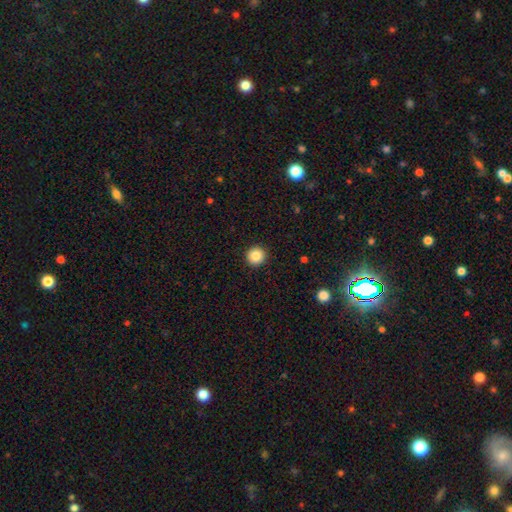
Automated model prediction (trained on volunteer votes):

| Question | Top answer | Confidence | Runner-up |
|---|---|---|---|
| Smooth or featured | smooth | 85% | star or artifact (10%) |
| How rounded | round | 95% | in between (4%) |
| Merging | none | 93% | minor disturbance (4%) |